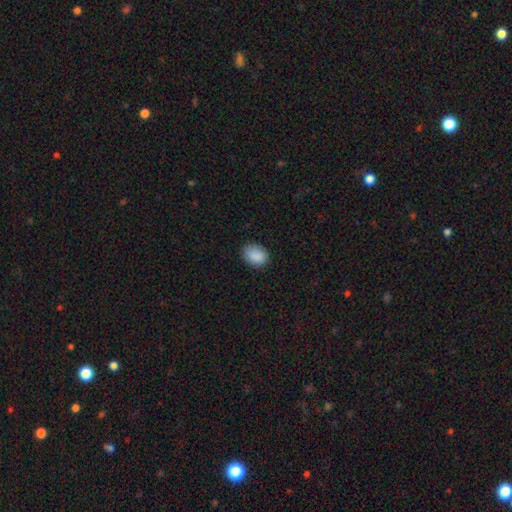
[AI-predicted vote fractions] Smooth or featured? smooth (89%)
How rounded? in between (70%)
Merging? none (83%)